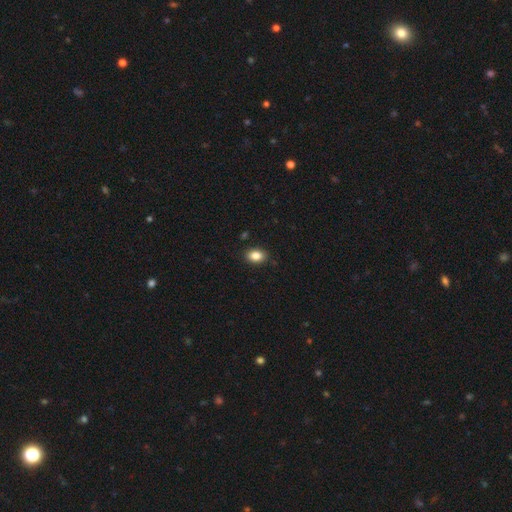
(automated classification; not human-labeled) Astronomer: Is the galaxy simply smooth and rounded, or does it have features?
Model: smooth — 85%.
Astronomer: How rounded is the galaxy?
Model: in between — 79%.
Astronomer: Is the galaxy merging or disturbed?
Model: none — 88%.